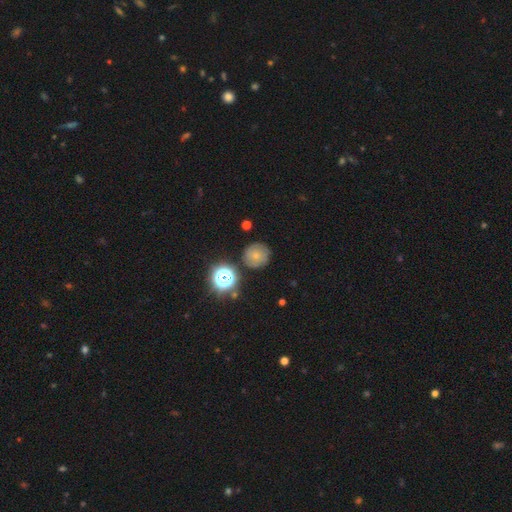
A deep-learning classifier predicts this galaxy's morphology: Smooth or featured? Predicted: smooth (p=0.62). How rounded? Predicted: round (p=0.92). Merging? Predicted: none (p=0.80).